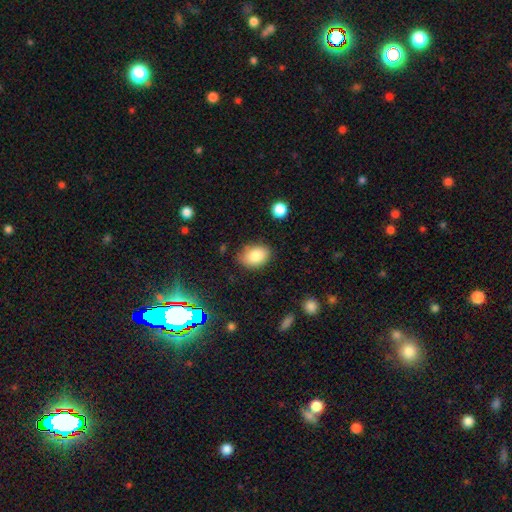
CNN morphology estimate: type=smooth (86%); roundness=in between (83%); merging=none (78%).